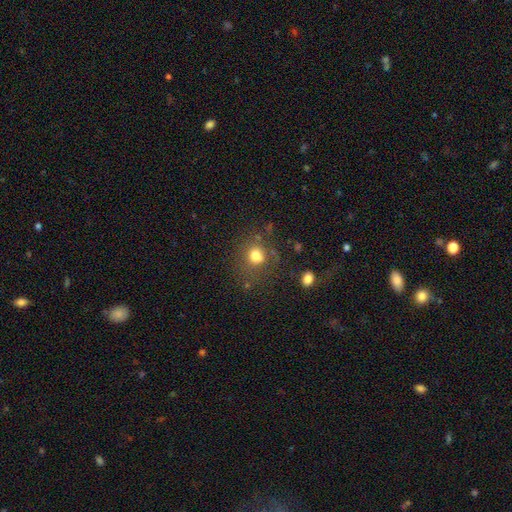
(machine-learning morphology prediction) This is likely a smooth galaxy (77%). How rounded: likely round (74%). Merging: likely none (68%).